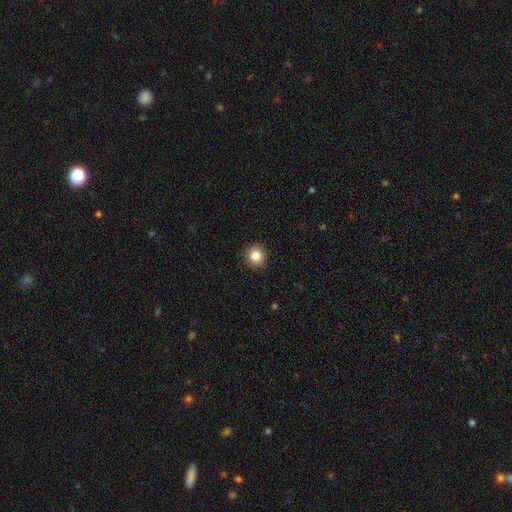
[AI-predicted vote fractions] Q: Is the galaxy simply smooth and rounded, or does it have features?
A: smooth — 84%.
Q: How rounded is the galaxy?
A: round — 89%.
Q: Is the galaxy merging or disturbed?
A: none — 90%.